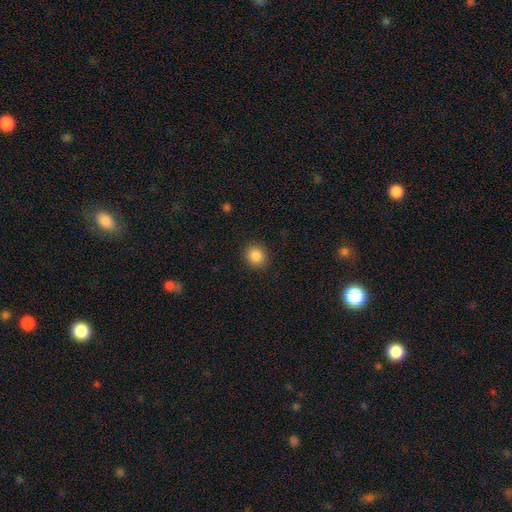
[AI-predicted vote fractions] This is clearly a smooth galaxy (86%). How rounded: clearly round (87%). Merging: clearly none (91%).